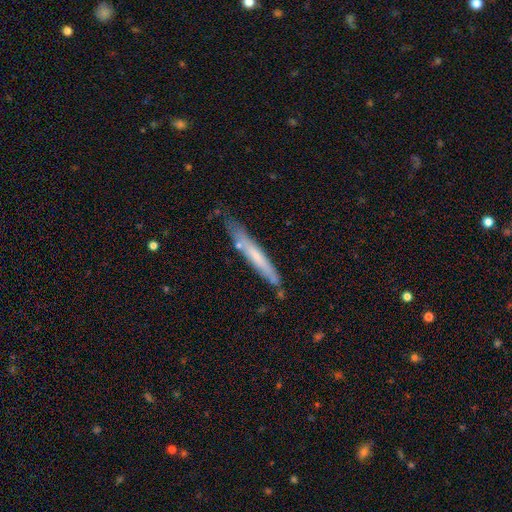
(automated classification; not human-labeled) A smooth galaxy with no disk features (52%) that is cigar-shaped (94%). Merging: none (72%).